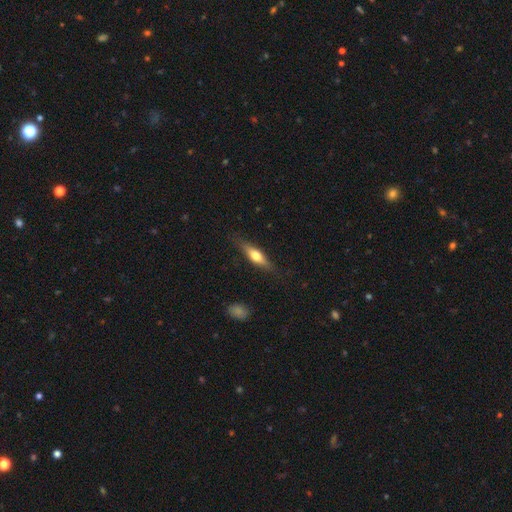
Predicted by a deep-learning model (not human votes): Smooth or featured? smooth (48%)
Merging? none (81%)